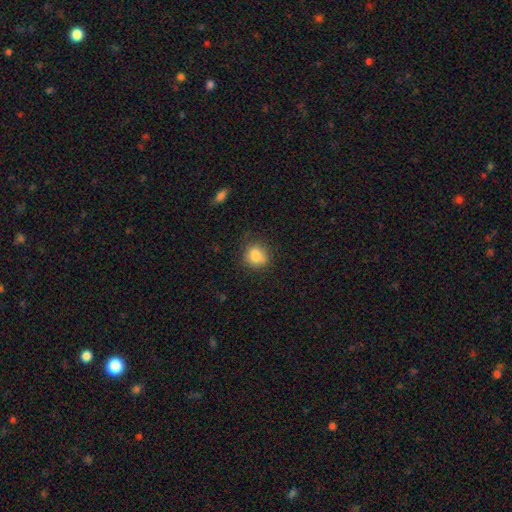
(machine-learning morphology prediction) smooth-or-featured: smooth: 82% | star or artifact: 10% | featured or disk: 8%
  how-rounded: round: 75% | in between: 24% | cigar-shaped: 1%
  merging: none: 72% | minor disturbance: 19% | major disturbance: 5% | merger: 4%